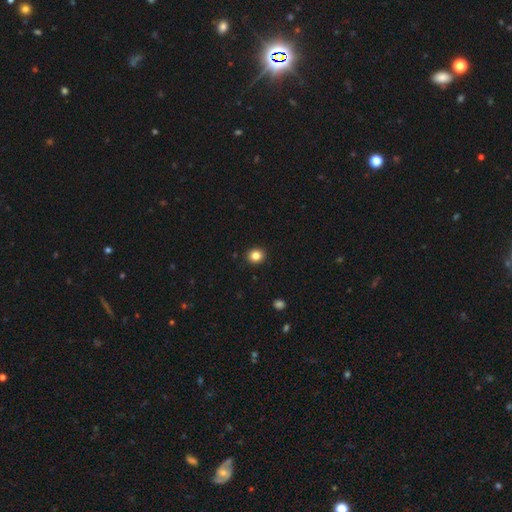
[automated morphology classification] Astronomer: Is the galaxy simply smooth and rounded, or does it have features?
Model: smooth — 84%.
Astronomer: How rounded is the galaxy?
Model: round — 83%.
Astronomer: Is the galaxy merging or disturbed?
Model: none — 92%.